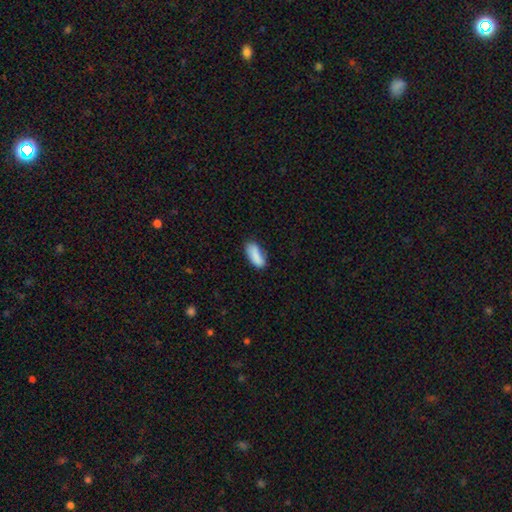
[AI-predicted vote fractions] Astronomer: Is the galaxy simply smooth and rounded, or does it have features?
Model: smooth — 86%.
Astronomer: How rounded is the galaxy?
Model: in between — 77%.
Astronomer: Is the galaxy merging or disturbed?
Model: none — 68%.